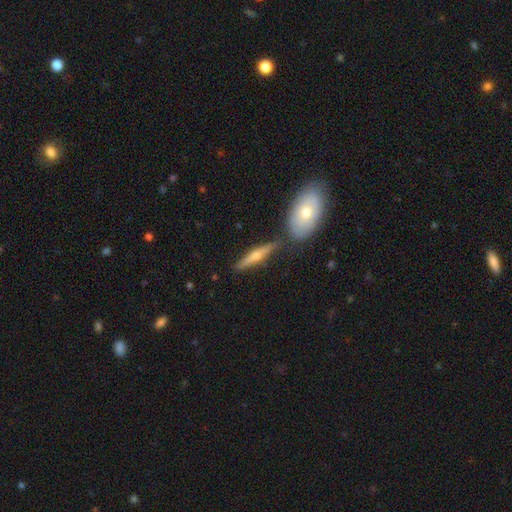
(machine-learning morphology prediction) type=featured or disk (59%); edge-on=yes (95%); edge-on bulge=rounded (89%); merging=none (76%).